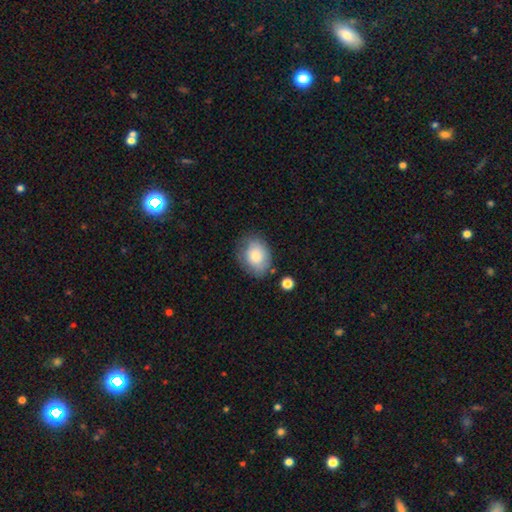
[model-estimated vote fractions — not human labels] Smooth or featured? smooth (80%)
How rounded? in between (72%)
Merging? none (69%)